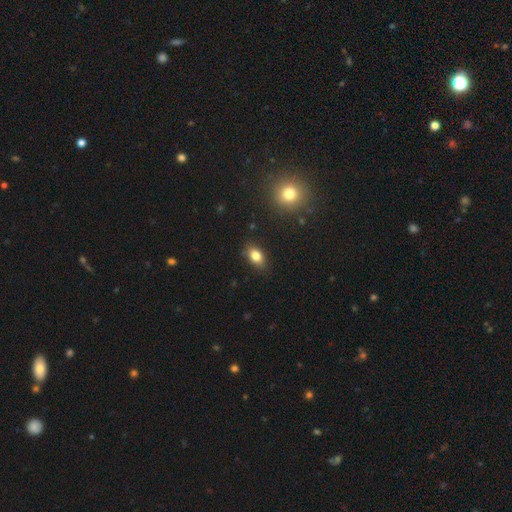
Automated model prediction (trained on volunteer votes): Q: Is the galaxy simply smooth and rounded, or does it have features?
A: smooth — 81%.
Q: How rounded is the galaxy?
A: in between — 86%.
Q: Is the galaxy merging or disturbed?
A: none — 84%.